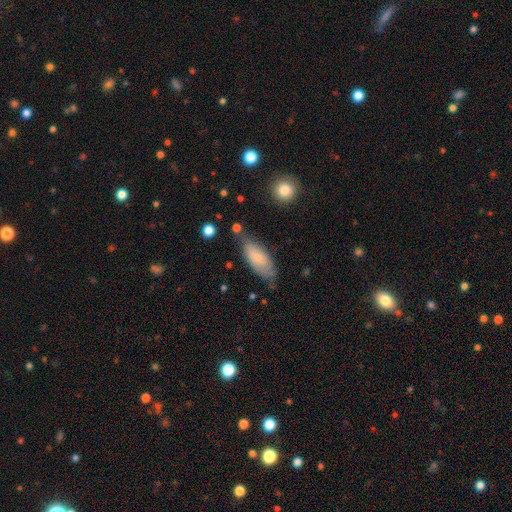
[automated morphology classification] smooth-or-featured: smooth: 68% | featured or disk: 25% | star or artifact: 6%
  how-rounded: in between: 79% | cigar-shaped: 19% | round: 2%
  merging: none: 59% | minor disturbance: 30% | major disturbance: 7% | merger: 5%